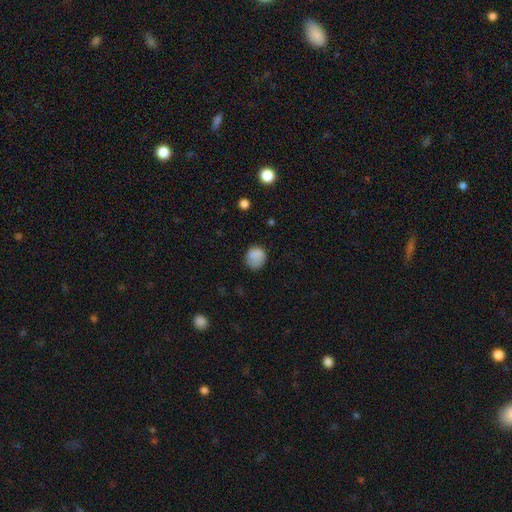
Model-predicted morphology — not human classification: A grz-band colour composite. It shows a smooth galaxy with no disk features (83%) that is round (77%). Merging: none (71%).